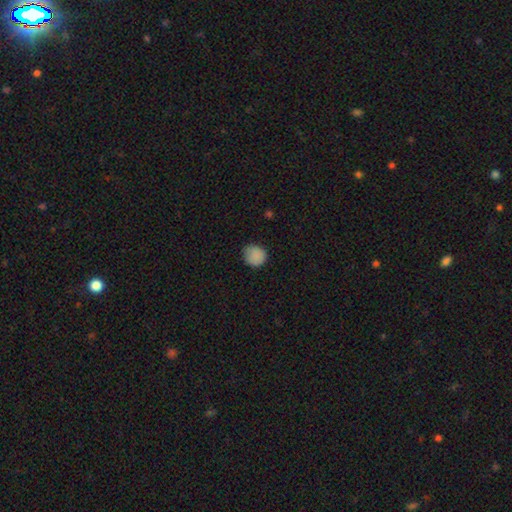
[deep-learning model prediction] smooth-or-featured: smooth: 86% | star or artifact: 9% | featured or disk: 4%
  how-rounded: round: 85% | in between: 14% | cigar-shaped: 1%
  merging: none: 77% | minor disturbance: 19% | major disturbance: 3% | merger: 1%